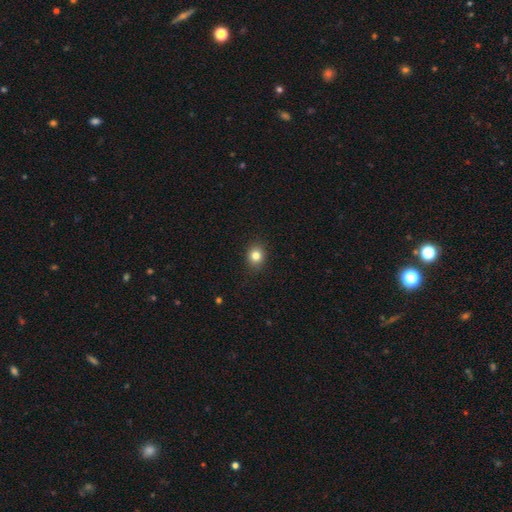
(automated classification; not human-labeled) This appears to be a smooth galaxy with no disk features (82%) that is round (63%). Merging: none (89%).